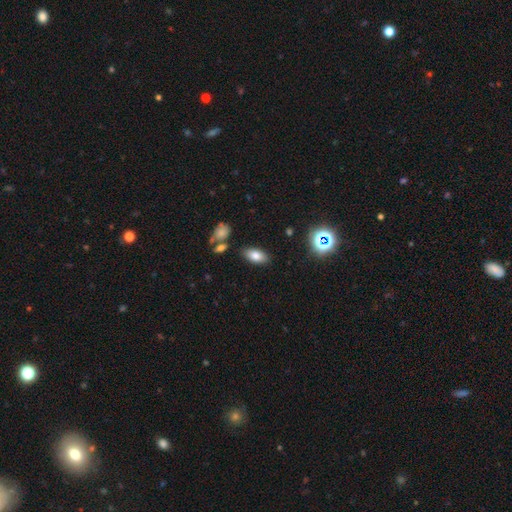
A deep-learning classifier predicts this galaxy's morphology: Q: Smooth or featured?
A: smooth (76%); runner-up: featured or disk (12%)
Q: How rounded?
A: in between (89%); runner-up: cigar-shaped (6%)
Q: Merging?
A: none (83%); runner-up: minor disturbance (10%)